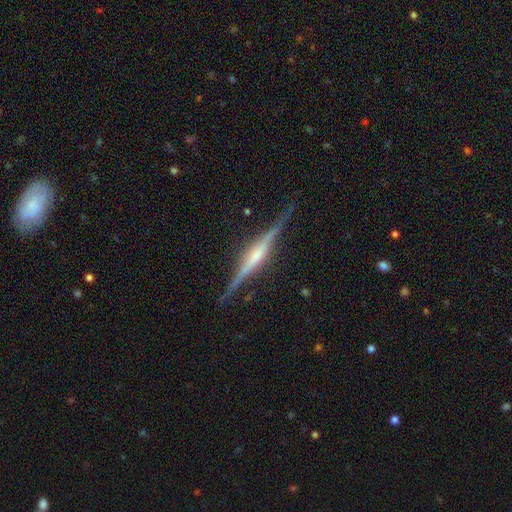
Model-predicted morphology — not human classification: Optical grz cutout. It shows a featured or disk galaxy (86%) viewed edge-on (98%) with a rounded central bulge (62%). Merging: none (86%).